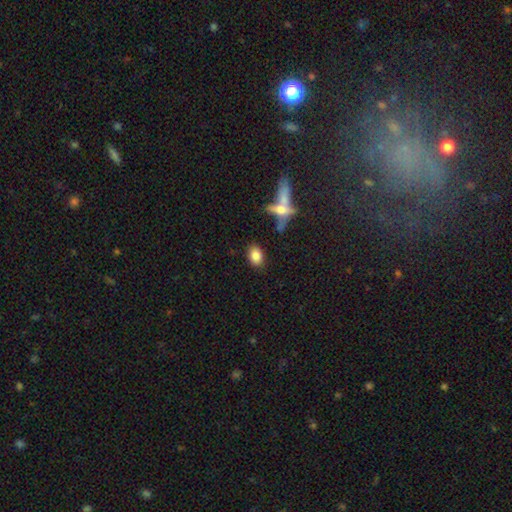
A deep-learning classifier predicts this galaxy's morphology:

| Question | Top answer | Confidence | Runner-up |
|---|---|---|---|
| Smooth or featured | smooth | 83% | star or artifact (9%) |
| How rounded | in between | 76% | round (22%) |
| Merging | none | 81% | minor disturbance (11%) |